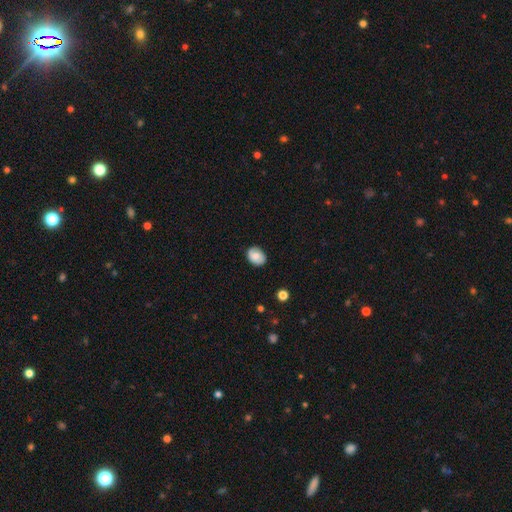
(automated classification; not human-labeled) Overall: smooth (76%). How rounded: in between (67%; round 32%). Merging: none (82%).